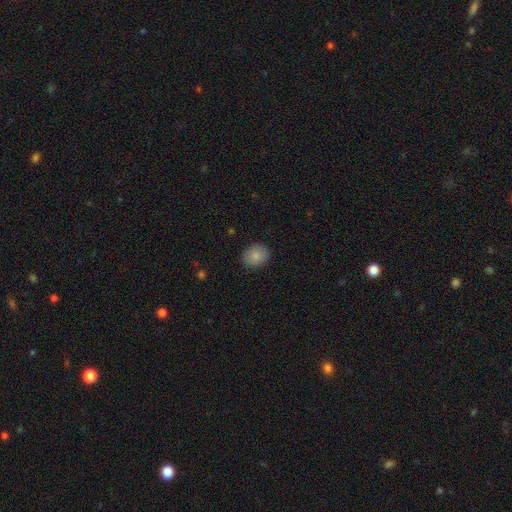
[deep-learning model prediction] smooth-or-featured: smooth: 86% | star or artifact: 8% | featured or disk: 5%
  how-rounded: round: 57% | in between: 42% | cigar-shaped: 1%
  merging: none: 88% | minor disturbance: 9% | major disturbance: 2% | merger: 1%